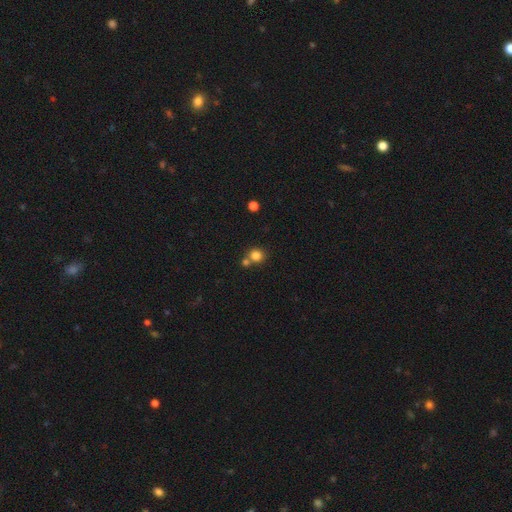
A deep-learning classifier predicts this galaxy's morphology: Smooth or featured? Predicted: smooth (p=0.82). How rounded? Predicted: round (p=0.86). Merging? Predicted: none (p=0.60).